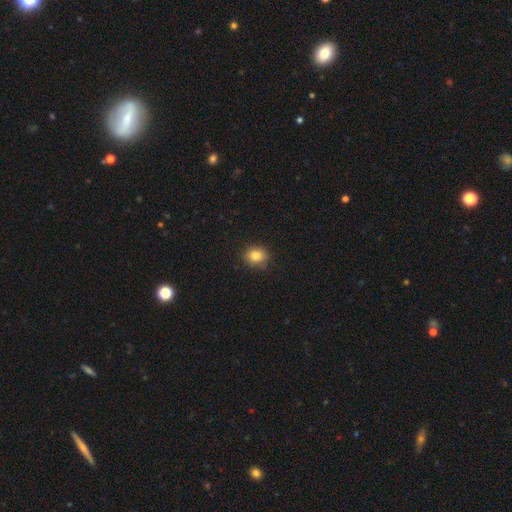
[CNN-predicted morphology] smooth_or_featured: smooth (p=0.83) [alt: star or artifact p=0.11]
how_rounded: round (p=0.71) [alt: in between p=0.28]
merging: none (p=0.88) [alt: minor disturbance p=0.09]